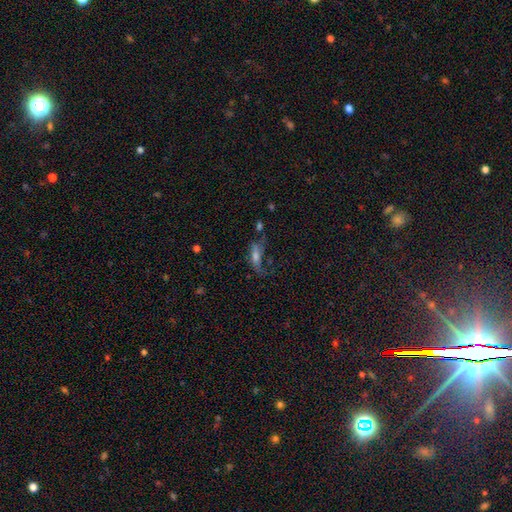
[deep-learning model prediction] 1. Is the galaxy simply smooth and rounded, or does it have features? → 45% featured or disk, 40% smooth, 15% star or artifact.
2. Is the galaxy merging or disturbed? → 37% major disturbance, 35% none, 22% minor disturbance, 7% merger.